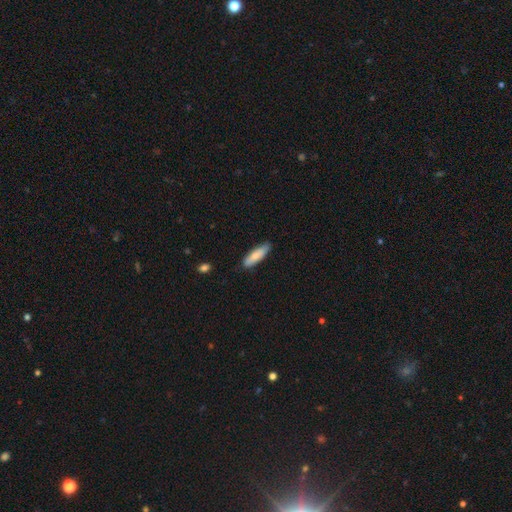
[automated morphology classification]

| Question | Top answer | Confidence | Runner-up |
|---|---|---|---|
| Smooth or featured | smooth | 79% | featured or disk (15%) |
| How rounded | cigar-shaped | 60% | in between (39%) |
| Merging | none | 83% | minor disturbance (14%) |